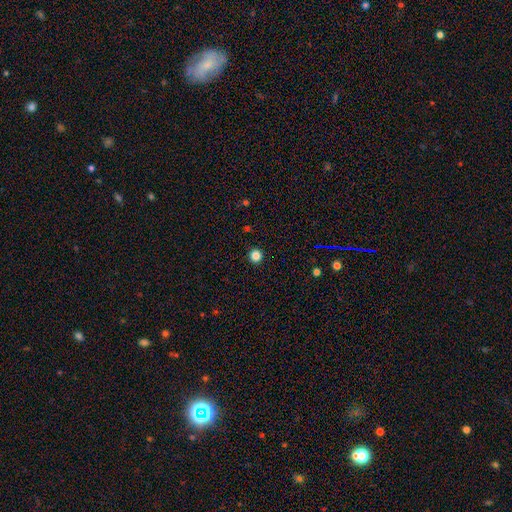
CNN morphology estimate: Smooth or featured? Predicted: smooth (p=0.84). How rounded? Predicted: round (p=0.95). Merging? Predicted: none (p=0.93).